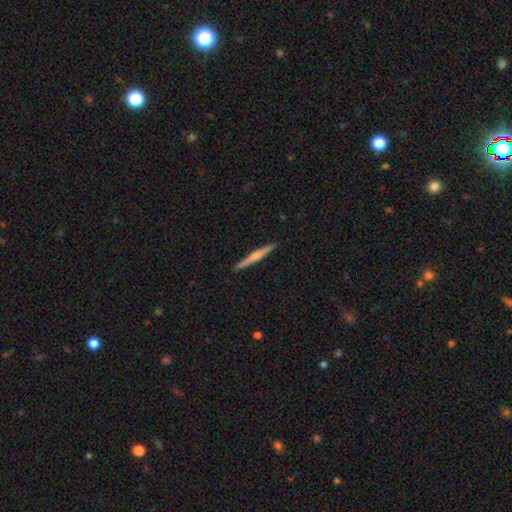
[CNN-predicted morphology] A featured or disk galaxy (68%) viewed edge-on (98%) with a rounded central bulge (78%). Merging: none (92%).